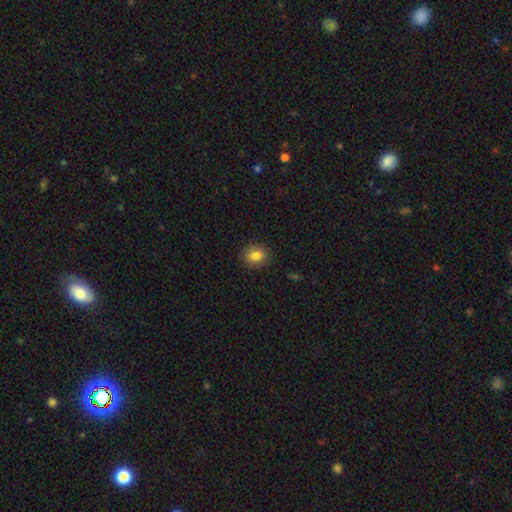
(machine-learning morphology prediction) Overall: smooth (83%). How rounded: round (62%; in between 37%). Merging: none (88%).